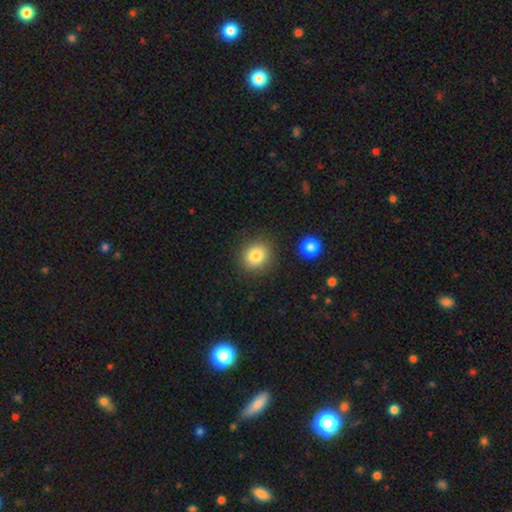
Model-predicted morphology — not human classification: A smooth galaxy with no disk features (83%) that is round (76%).

Vote fractions:
- Smooth or featured? smooth: 83% / star or artifact: 10% / featured or disk: 7%
- How rounded? round: 76% / in between: 24% / cigar-shaped: 1%
- Merging? none: 85% / minor disturbance: 9% / merger: 3% / major disturbance: 3%